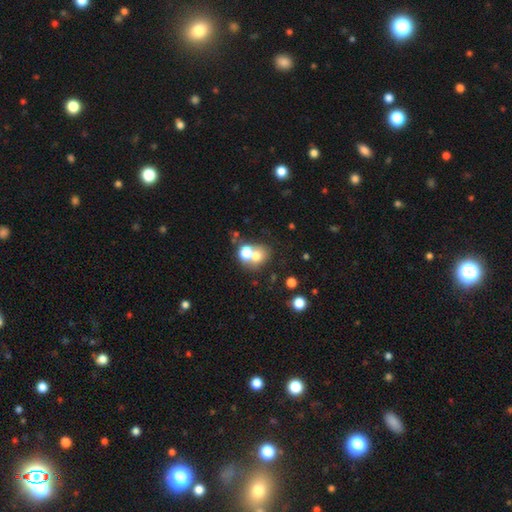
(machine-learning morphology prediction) This appears to be a smooth galaxy with no disk features (68%) that is round (69%). Merging: merger (49%).